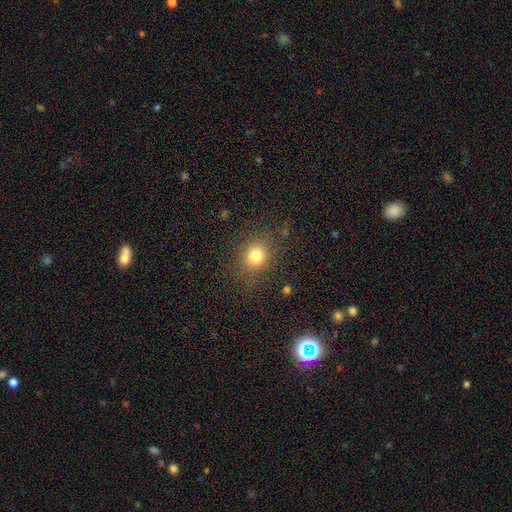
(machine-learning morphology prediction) smooth 79%, star or artifact 13%, featured or disk 8%. Down the decision tree: how rounded — round (65%); merging — none (81%).